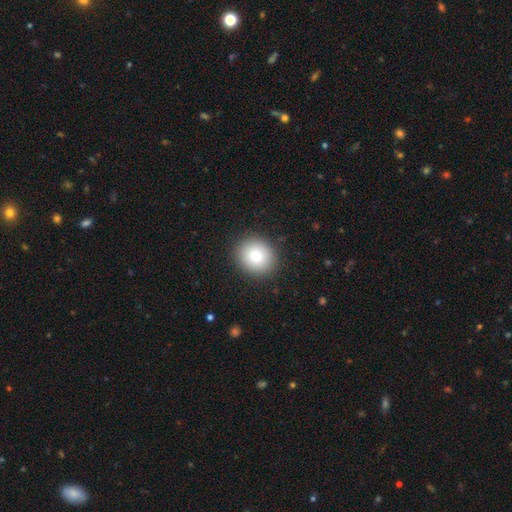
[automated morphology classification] Smooth or featured?
  - smooth: 78% *
  - featured or disk: 11%
  - star or artifact: 11%
How rounded?
  - round: 87% *
  - in between: 12%
  - cigar-shaped: 1%
Merging?
  - none: 90% *
  - minor disturbance: 6%
  - major disturbance: 2%
  - merger: 1%